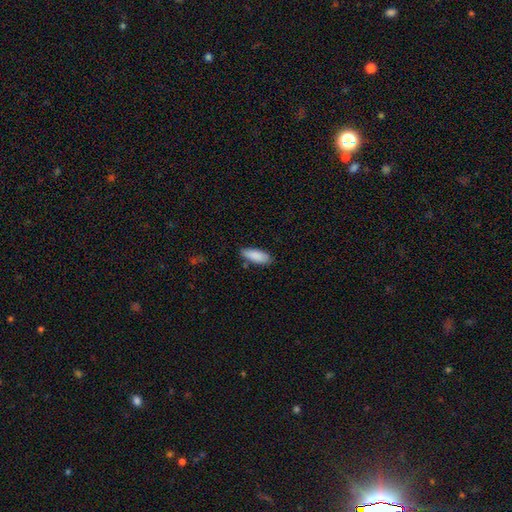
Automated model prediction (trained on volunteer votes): smooth_or_featured: smooth (p=0.88) [alt: star or artifact p=0.06]
how_rounded: in between (p=0.70) [alt: cigar-shaped p=0.28]
merging: none (p=0.80) [alt: minor disturbance p=0.15]